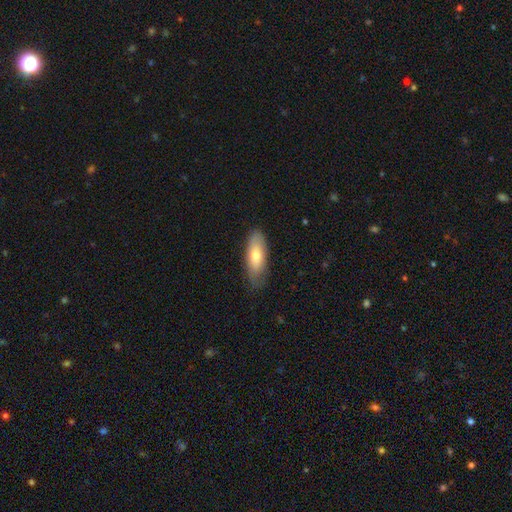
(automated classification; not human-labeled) Overall: smooth (71%). How rounded: in between (66%; cigar-shaped 32%). Merging: none (76%).